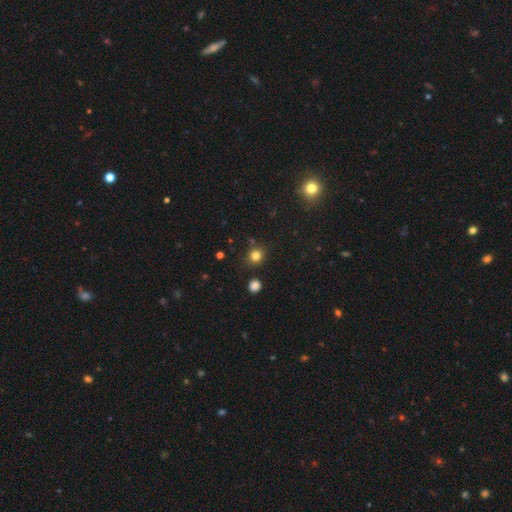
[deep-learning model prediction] This appears to be a smooth galaxy with no disk features (81%) that is round (85%). Merging: none (83%).